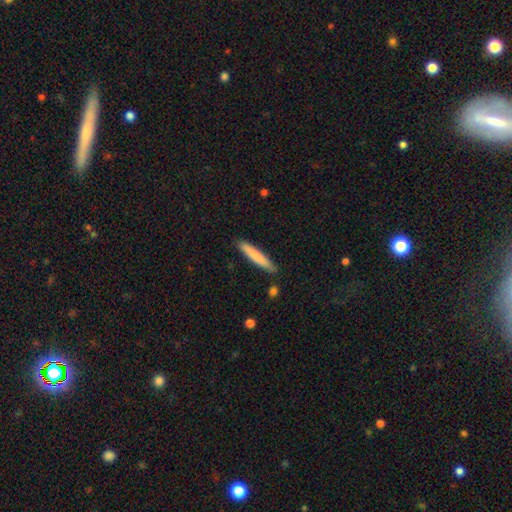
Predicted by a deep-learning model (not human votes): Smooth or featured? smooth (77%)
How rounded? cigar-shaped (93%)
Merging? none (87%)